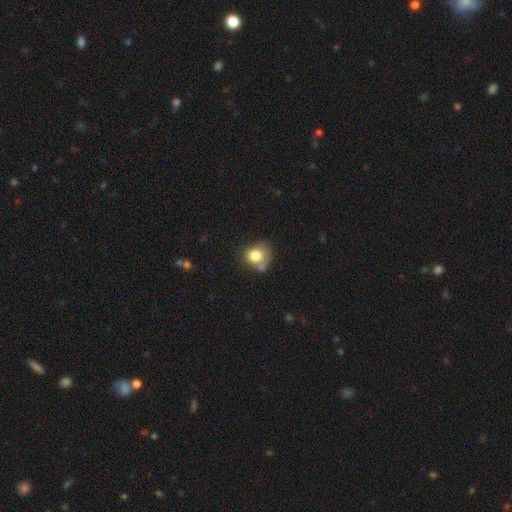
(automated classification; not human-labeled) Smooth or featured?
  - smooth: 79% *
  - featured or disk: 12%
  - star or artifact: 10%
How rounded?
  - round: 69% *
  - in between: 31%
  - cigar-shaped: 1%
Merging?
  - none: 45% *
  - minor disturbance: 24%
  - merger: 20%
  - major disturbance: 11%